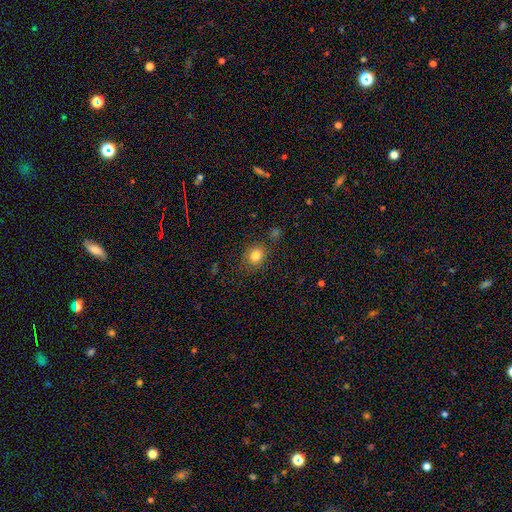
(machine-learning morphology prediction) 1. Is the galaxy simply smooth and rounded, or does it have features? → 81% smooth, 12% star or artifact, 7% featured or disk.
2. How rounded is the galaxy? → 66% round, 33% in between, 1% cigar-shaped.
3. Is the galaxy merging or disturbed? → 79% none, 12% minor disturbance, 4% merger, 4% major disturbance.